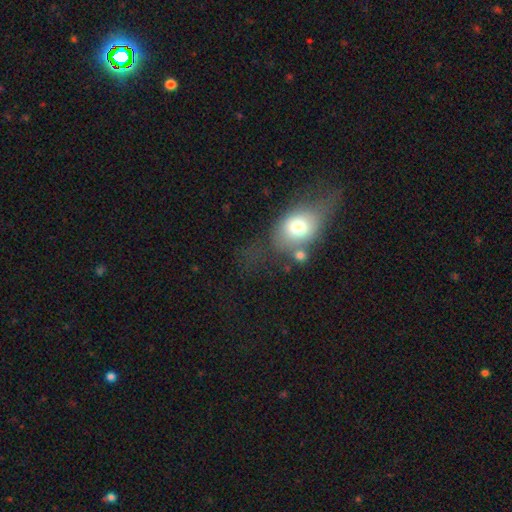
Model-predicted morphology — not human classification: This is possibly a smooth galaxy (53%). How rounded: likely in between (61%). Merging: marginally none (45%).